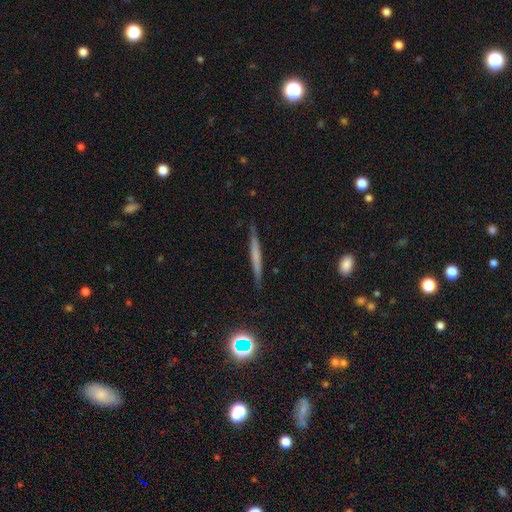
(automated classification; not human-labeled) Morphology: type=smooth (46%); merging=none (87%).